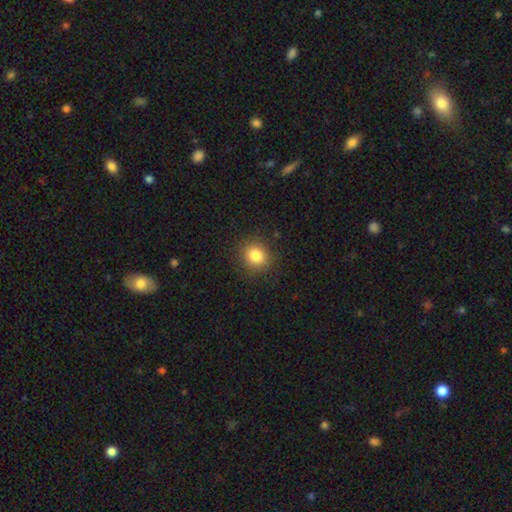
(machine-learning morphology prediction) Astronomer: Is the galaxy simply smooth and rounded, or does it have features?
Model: smooth — 83%.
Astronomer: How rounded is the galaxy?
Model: round — 83%.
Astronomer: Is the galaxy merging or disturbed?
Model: none — 88%.